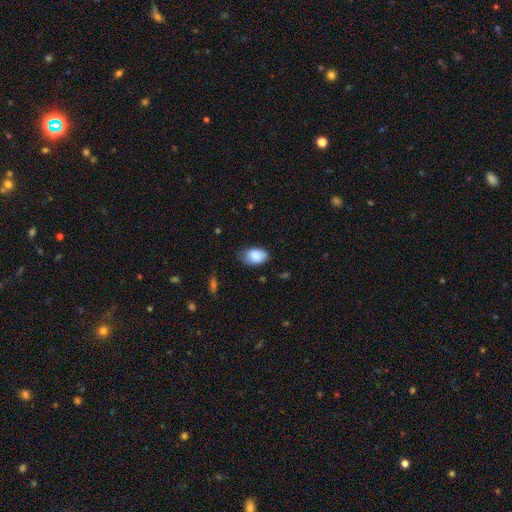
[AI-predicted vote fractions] The model was most divided on "merging": none: 62%, minor disturbance: 31%, major disturbance: 6%, merger: 1%. More confident: how rounded — in between (89%); smooth or featured — smooth (88%).